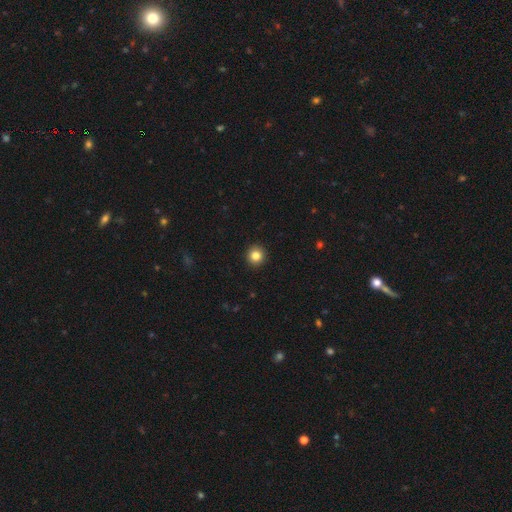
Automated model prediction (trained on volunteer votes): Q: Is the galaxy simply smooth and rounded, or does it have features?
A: smooth — 84%.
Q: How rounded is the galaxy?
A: round — 93%.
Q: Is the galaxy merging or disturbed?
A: none — 93%.